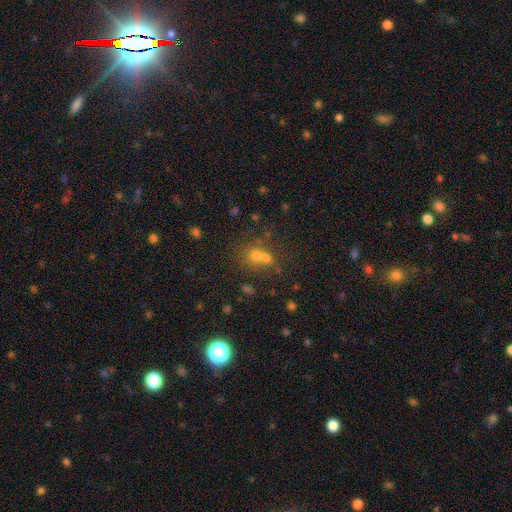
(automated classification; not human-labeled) Overall: smooth (61%; star or artifact 22%). How rounded: round (71%). Merging: merger (54%; none 34%).